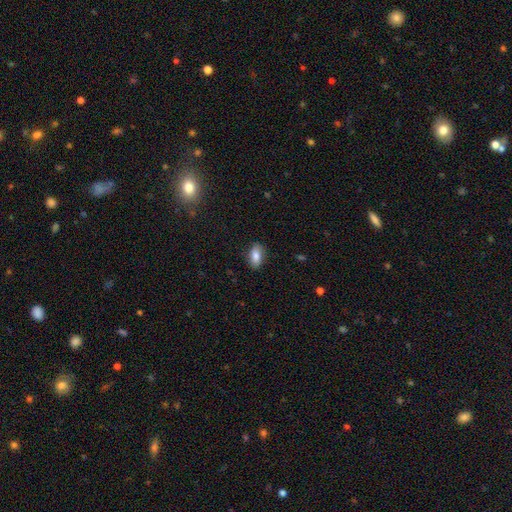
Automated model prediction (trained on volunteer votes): A smooth galaxy with no disk features (83%) that is in between round and cigar-shaped (90%).

Vote fractions:
- Smooth or featured? smooth: 83% / featured or disk: 10% / star or artifact: 7%
- How rounded? in between: 90% / cigar-shaped: 5% / round: 5%
- Merging? none: 86% / minor disturbance: 11% / major disturbance: 2% / merger: 1%